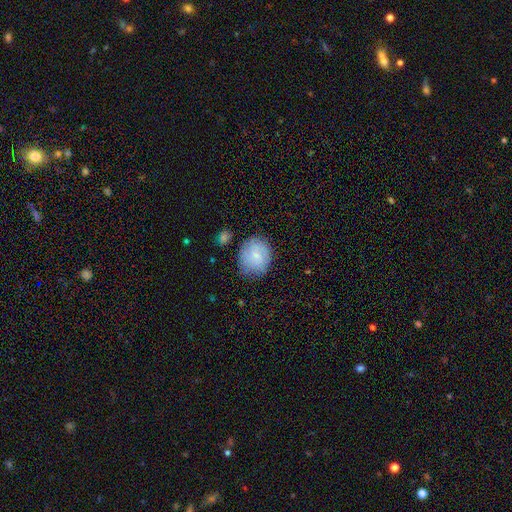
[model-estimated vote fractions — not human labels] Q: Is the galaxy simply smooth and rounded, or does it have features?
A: smooth — 67%.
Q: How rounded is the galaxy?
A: round — 68%.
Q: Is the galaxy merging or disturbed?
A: none — 73%.